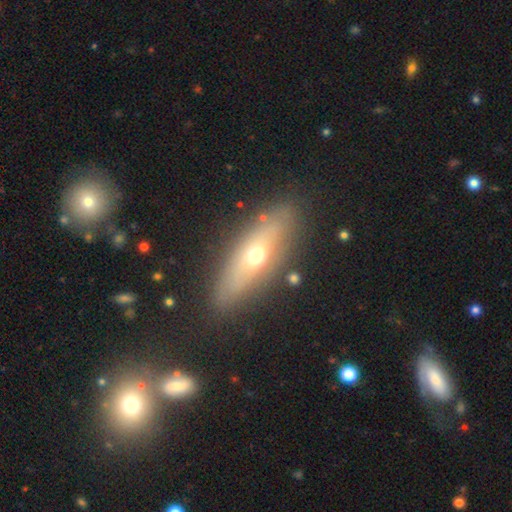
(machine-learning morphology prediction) Smooth or featured? featured or disk (55%)
Edge-on disk? yes (64%)
Merging? none (84%)